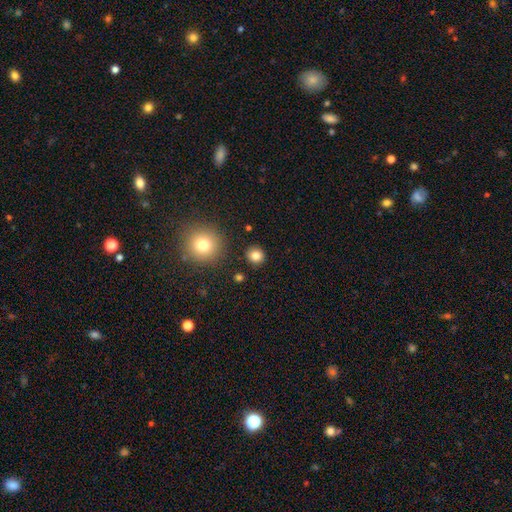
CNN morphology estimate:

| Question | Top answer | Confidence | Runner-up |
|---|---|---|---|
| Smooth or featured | smooth | 82% | star or artifact (12%) |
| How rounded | round | 91% | in between (8%) |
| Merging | none | 89% | minor disturbance (6%) |